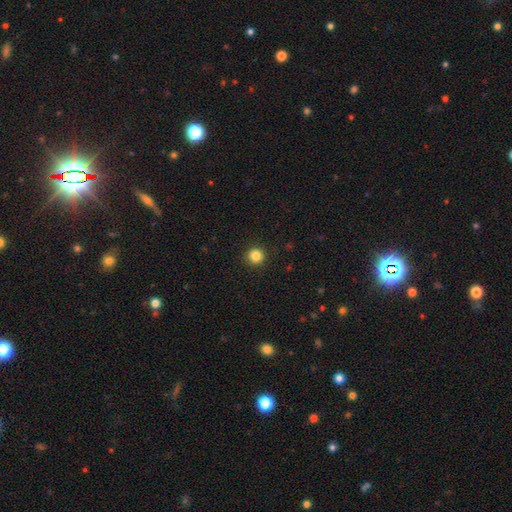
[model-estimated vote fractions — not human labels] Overall: smooth (85%). How rounded: round (95%). Merging: none (92%).